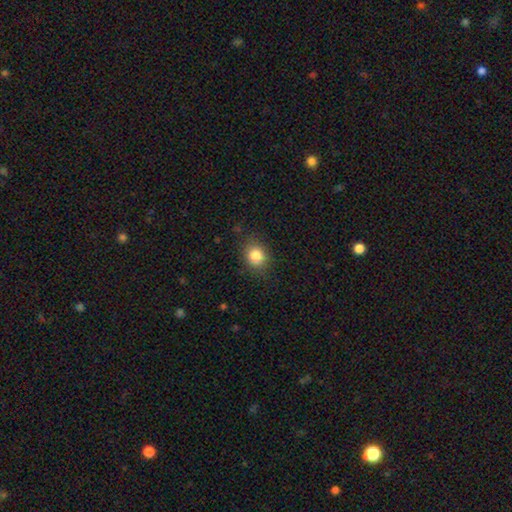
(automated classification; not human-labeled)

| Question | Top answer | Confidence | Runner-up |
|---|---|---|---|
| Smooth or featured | smooth | 83% | star or artifact (11%) |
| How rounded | round | 63% | in between (36%) |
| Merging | none | 84% | minor disturbance (12%) |